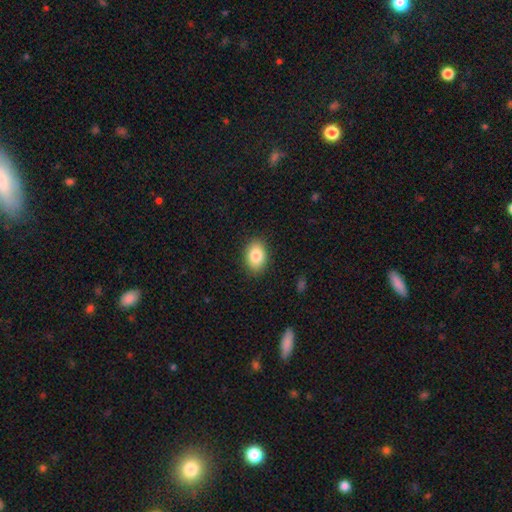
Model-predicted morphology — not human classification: smooth 86%, featured or disk 7%, star or artifact 7%. Down the decision tree: how rounded — in between (85%); merging — none (88%).